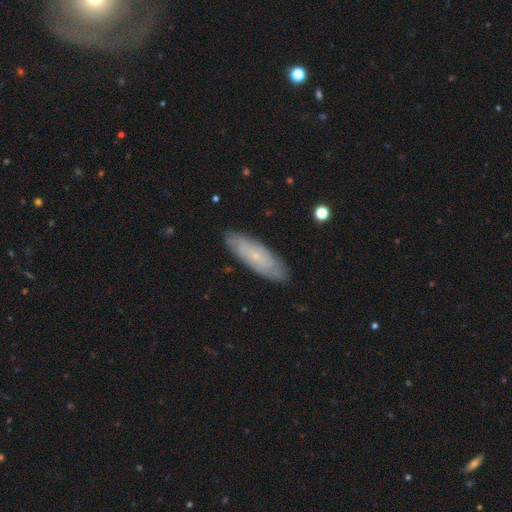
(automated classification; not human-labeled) featured or disk 49%, smooth 43%, star or artifact 8%. Down the decision tree: merging — none (86%).